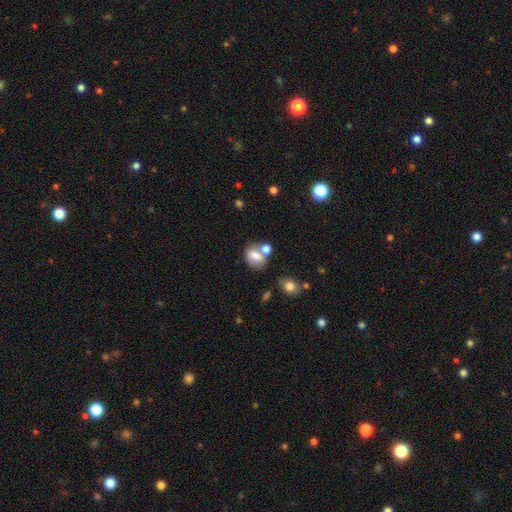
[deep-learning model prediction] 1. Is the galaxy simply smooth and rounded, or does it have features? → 74% smooth, 16% featured or disk, 10% star or artifact.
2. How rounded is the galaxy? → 62% in between, 37% round, 2% cigar-shaped.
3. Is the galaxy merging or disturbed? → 41% merger, 40% none, 14% minor disturbance, 6% major disturbance.